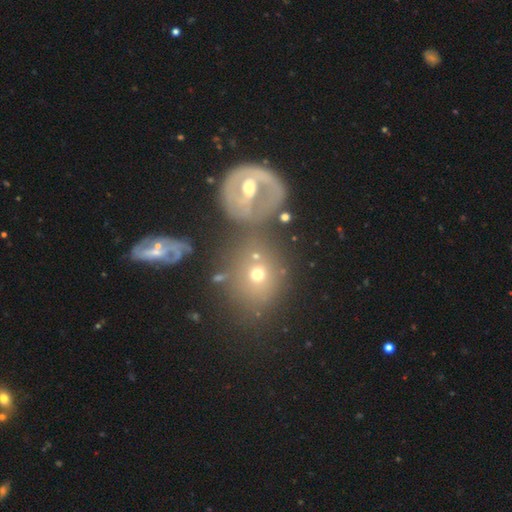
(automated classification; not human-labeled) Smooth or featured? Predicted: smooth (p=0.53). How rounded? Predicted: round (p=0.70). Merging? Predicted: none (p=0.40).